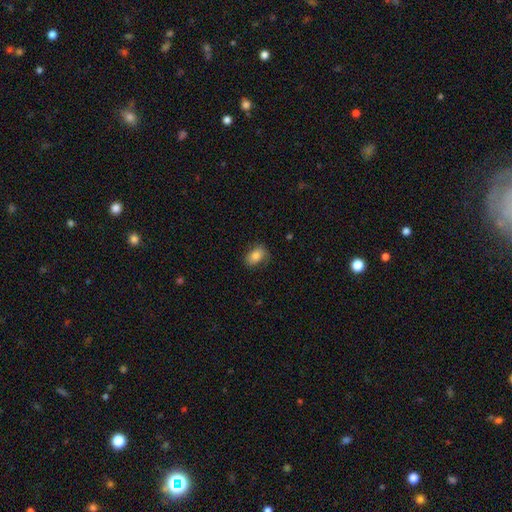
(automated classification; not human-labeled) Smooth or featured?
  - smooth: 80% *
  - featured or disk: 12%
  - star or artifact: 8%
How rounded?
  - in between: 86% *
  - round: 13%
  - cigar-shaped: 1%
Merging?
  - none: 74% *
  - minor disturbance: 19%
  - major disturbance: 6%
  - merger: 1%